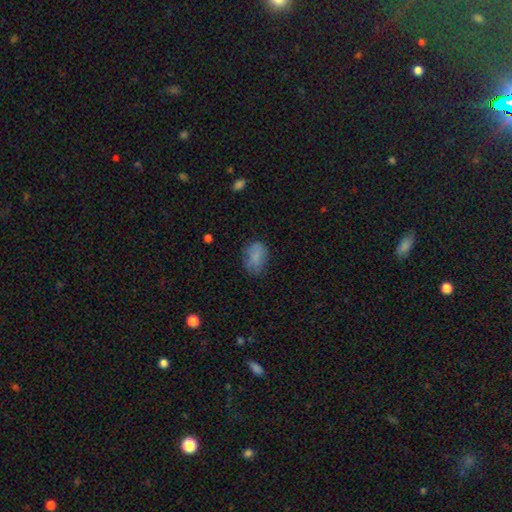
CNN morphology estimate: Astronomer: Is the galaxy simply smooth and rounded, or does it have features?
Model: smooth — 79%.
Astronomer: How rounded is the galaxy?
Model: in between — 80%.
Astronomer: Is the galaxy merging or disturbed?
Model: none — 64%.